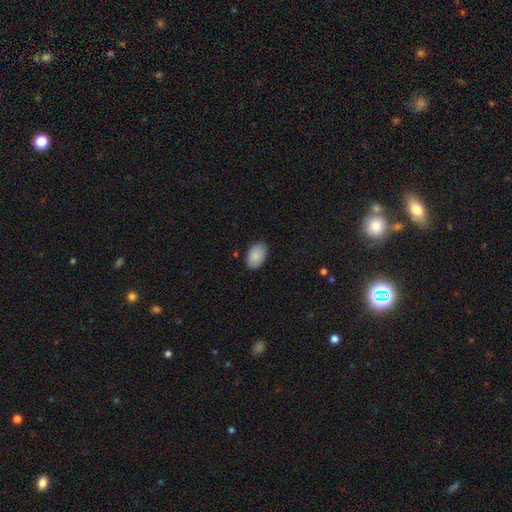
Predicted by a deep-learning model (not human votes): A smooth galaxy with no disk features (87%) that is in between round and cigar-shaped (91%). Merging: none (85%).